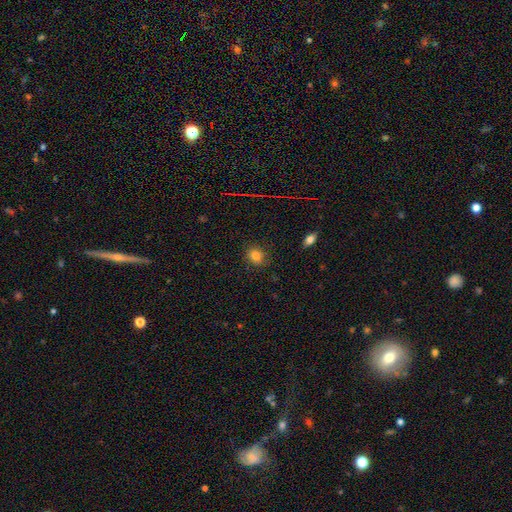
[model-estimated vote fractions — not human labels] Smooth or featured? smooth (82%)
How rounded? round (50%)
Merging? none (85%)